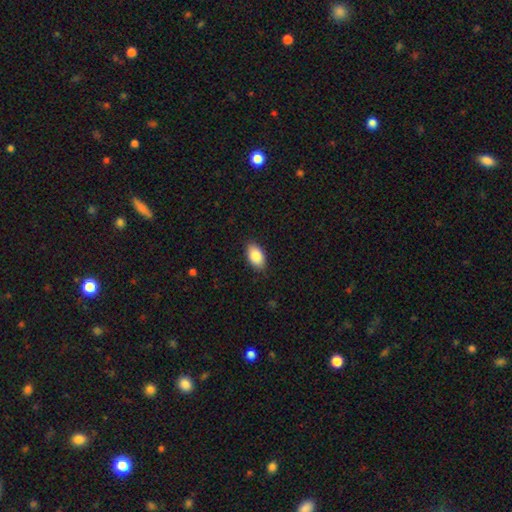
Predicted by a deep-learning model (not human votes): smooth 86%, star or artifact 7%, featured or disk 7%. Down the decision tree: how rounded — in between (93%); merging — none (88%).